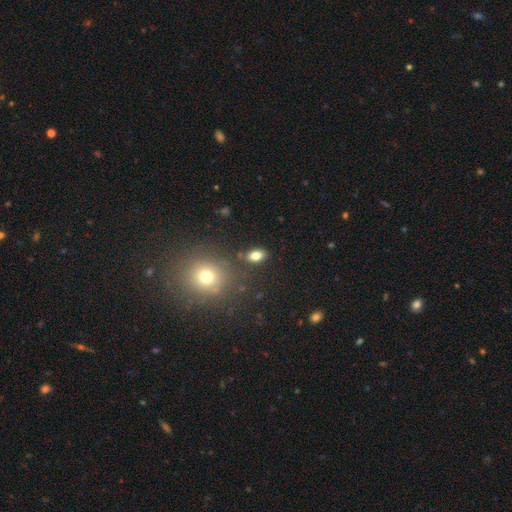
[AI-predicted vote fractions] Morphology: type=smooth (80%); roundness=in between (84%); merging=none (82%).